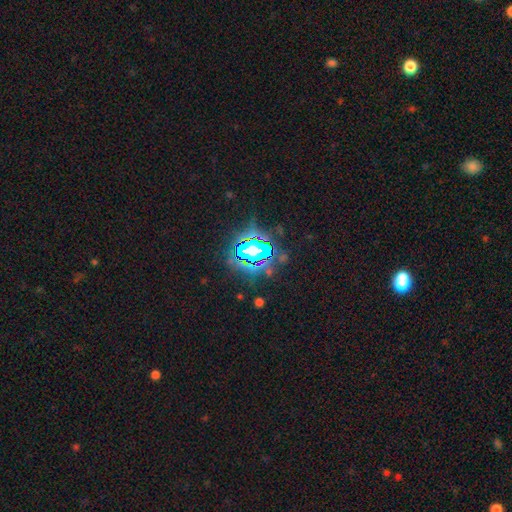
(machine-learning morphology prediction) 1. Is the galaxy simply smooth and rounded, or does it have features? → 82% star or artifact, 11% smooth, 7% featured or disk.